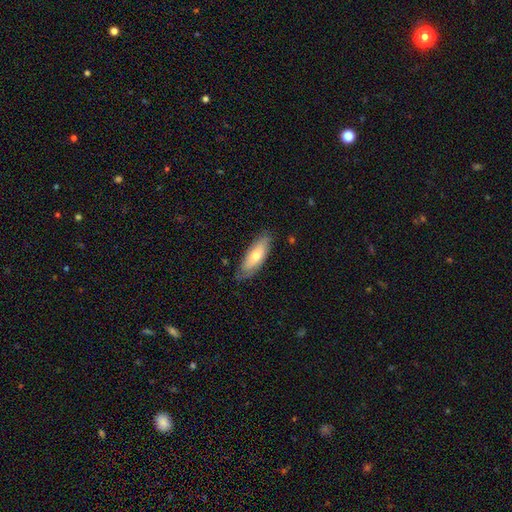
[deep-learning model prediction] smooth 57%, featured or disk 37%, star or artifact 6%. Down the decision tree: how rounded — in between (67%); merging — none (73%).